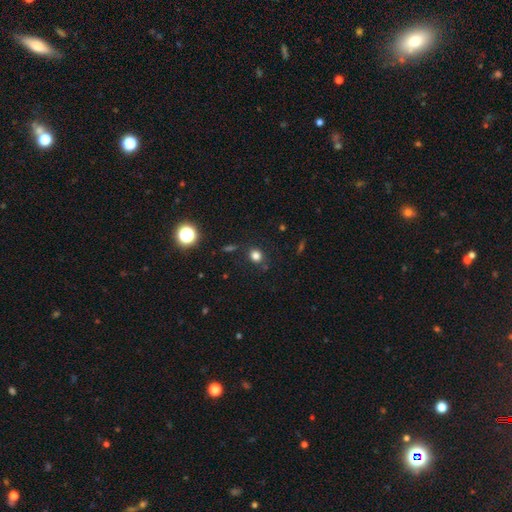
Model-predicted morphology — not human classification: A smooth galaxy with no disk features (78%) that is round (77%).

Vote fractions:
- Smooth or featured? smooth: 78% / star or artifact: 17% / featured or disk: 6%
- How rounded? round: 77% / in between: 22% / cigar-shaped: 1%
- Merging? none: 84% / minor disturbance: 10% / major disturbance: 3% / merger: 3%